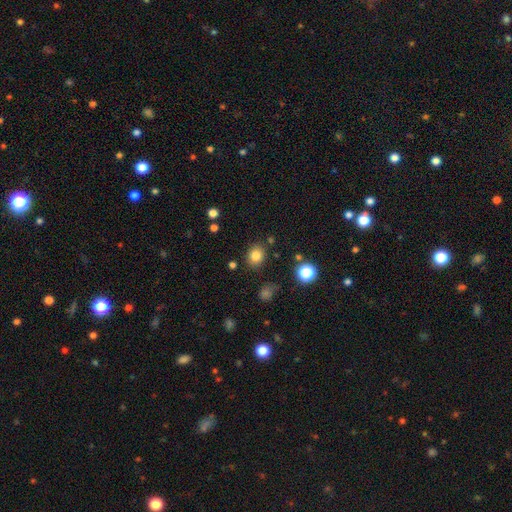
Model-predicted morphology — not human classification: This appears to be a smooth galaxy with no disk features (81%) that is round (61%). Merging: none (84%).